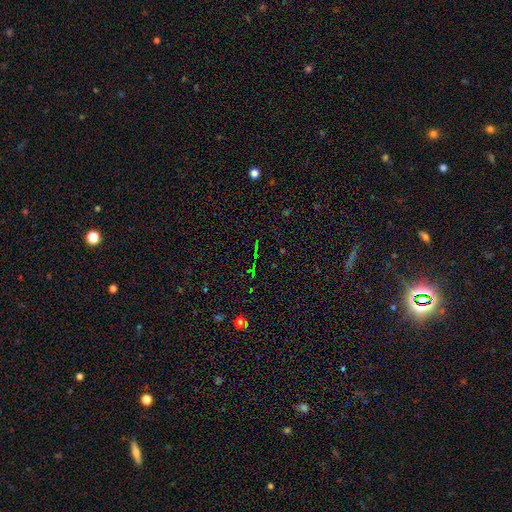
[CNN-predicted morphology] Smooth or featured? star or artifact (72%)